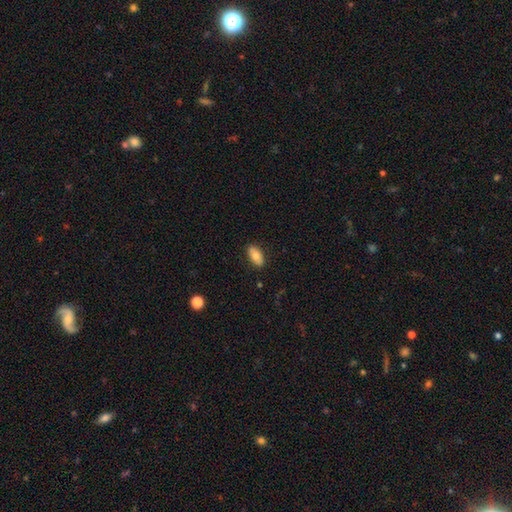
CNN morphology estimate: smooth-or-featured: smooth: 74% | featured or disk: 19% | star or artifact: 7%
  how-rounded: in between: 87% | cigar-shaped: 10% | round: 3%
  merging: none: 87% | minor disturbance: 10% | major disturbance: 2% | merger: 1%